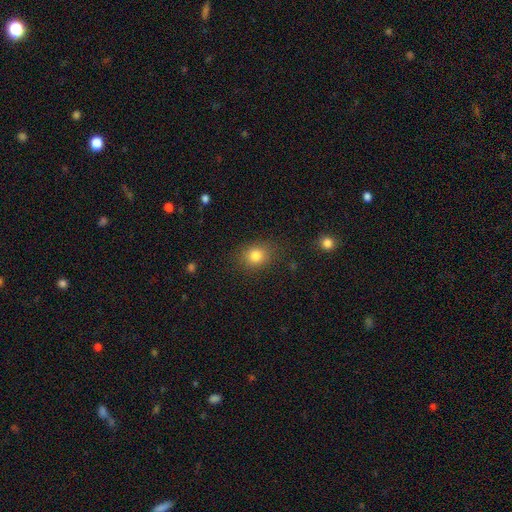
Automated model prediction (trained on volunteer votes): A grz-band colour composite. It shows a smooth galaxy with no disk features (83%) that is round (59%). Merging: none (82%).